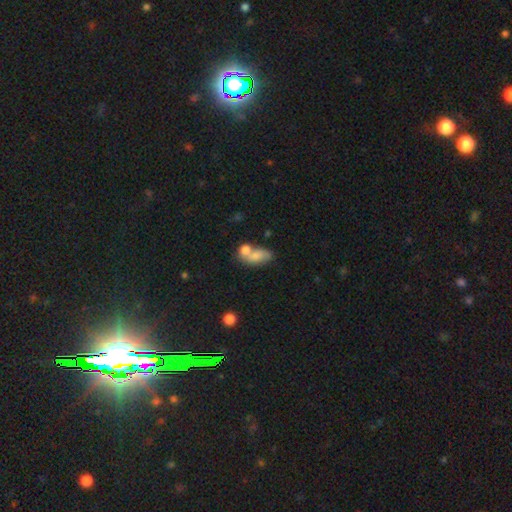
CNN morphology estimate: smooth_or_featured: smooth (p=0.74) [alt: featured or disk p=0.17]
how_rounded: in between (p=0.84) [alt: round p=0.10]
merging: merger (p=0.43) [alt: none p=0.34]